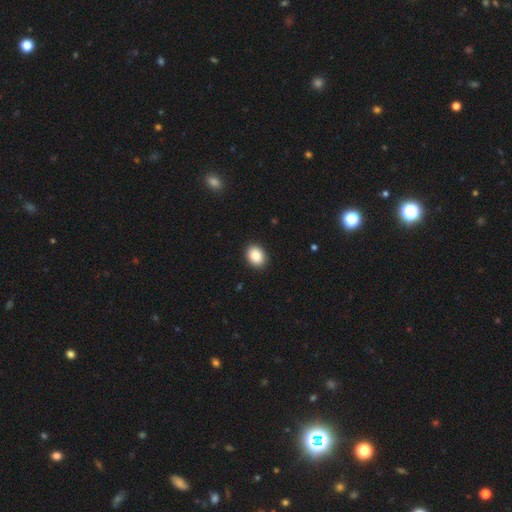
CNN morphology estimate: smooth-or-featured: smooth: 90% | star or artifact: 7% | featured or disk: 3%
  how-rounded: in between: 68% | round: 31% | cigar-shaped: 1%
  merging: none: 91% | minor disturbance: 7% | major disturbance: 2% | merger: 1%